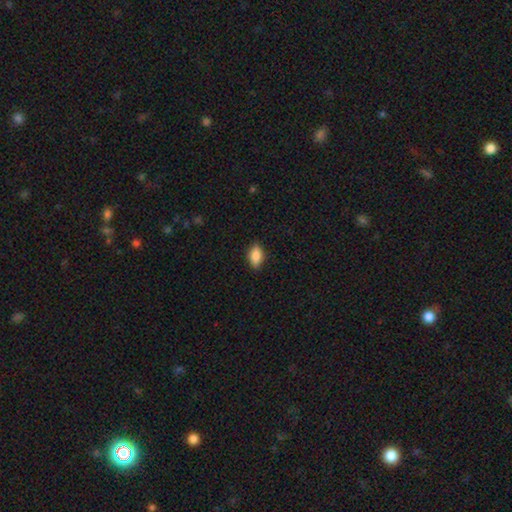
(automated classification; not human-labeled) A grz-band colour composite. It shows a smooth galaxy with no disk features (85%) that is in between round and cigar-shaped (89%). Merging: none (86%).